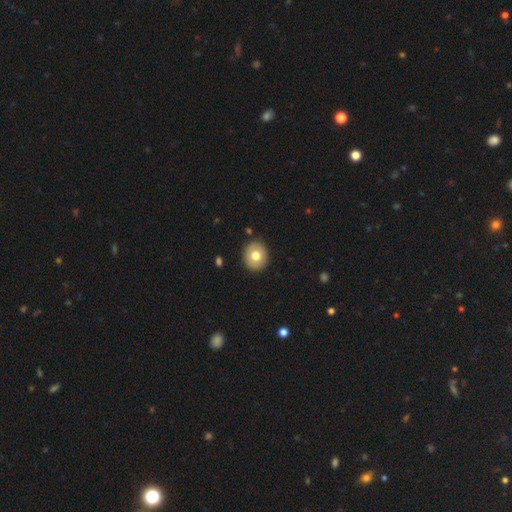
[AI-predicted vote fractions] Morphology: type=smooth (72%); roundness=round (81%); merging=none (90%).